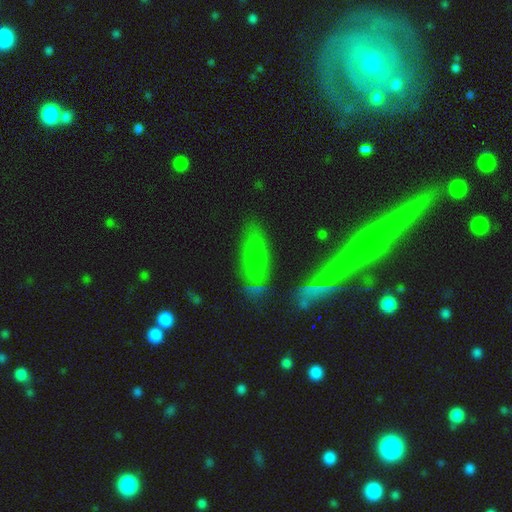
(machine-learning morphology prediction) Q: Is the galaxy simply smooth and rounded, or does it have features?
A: smooth — 61%.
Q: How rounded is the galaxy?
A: in between — 62%.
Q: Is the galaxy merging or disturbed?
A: none — 71%.